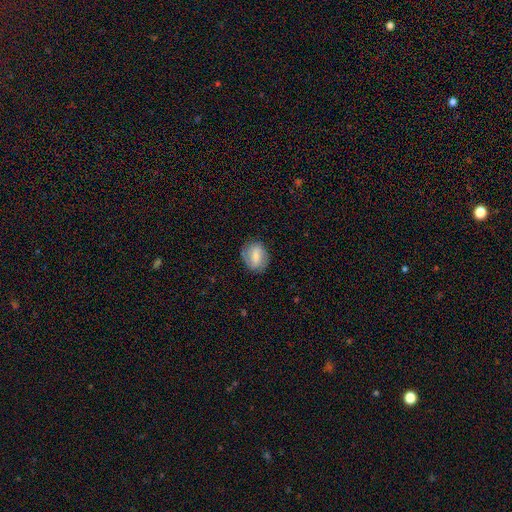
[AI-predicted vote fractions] This appears to be a smooth galaxy with no disk features (57%) that is in between round and cigar-shaped (54%). Merging: none (79%).